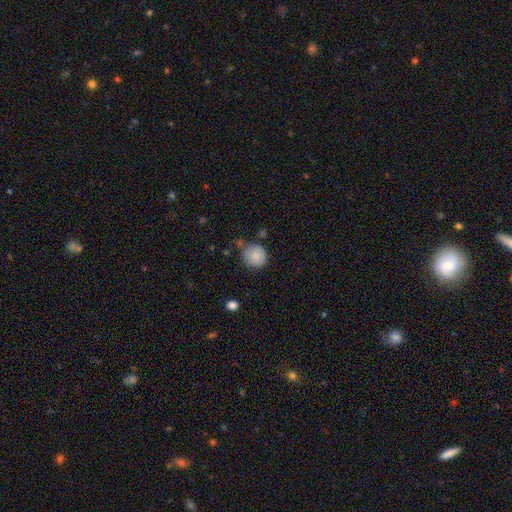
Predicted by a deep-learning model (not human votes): The model was most divided on "merging": none: 71%, minor disturbance: 19%, merger: 6%, major disturbance: 4%. More confident: how rounded — round (91%); smooth or featured — smooth (86%).